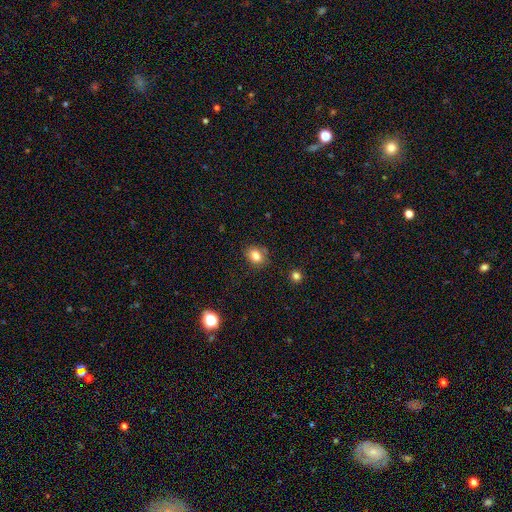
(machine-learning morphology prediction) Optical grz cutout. It shows a smooth galaxy with no disk features (83%) that is in between round and cigar-shaped (58%). Merging: none (75%).